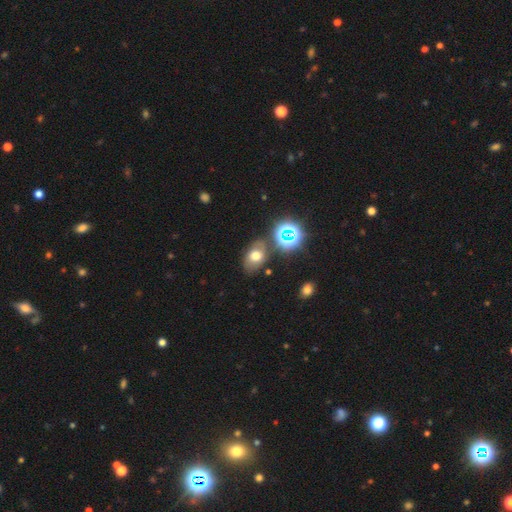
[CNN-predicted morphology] Smooth or featured? smooth (58%)
How rounded? in between (77%)
Merging? none (71%)